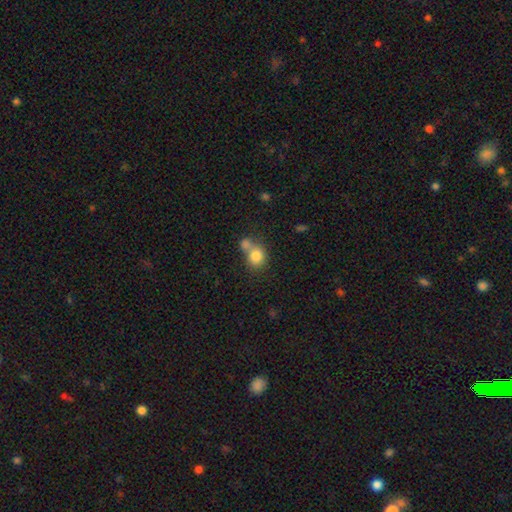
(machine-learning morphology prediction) Smooth or featured?
  - smooth: 81% *
  - star or artifact: 10%
  - featured or disk: 9%
How rounded?
  - round: 76% *
  - in between: 23%
  - cigar-shaped: 1%
Merging?
  - merger: 48% *
  - none: 40%
  - minor disturbance: 9%
  - major disturbance: 4%